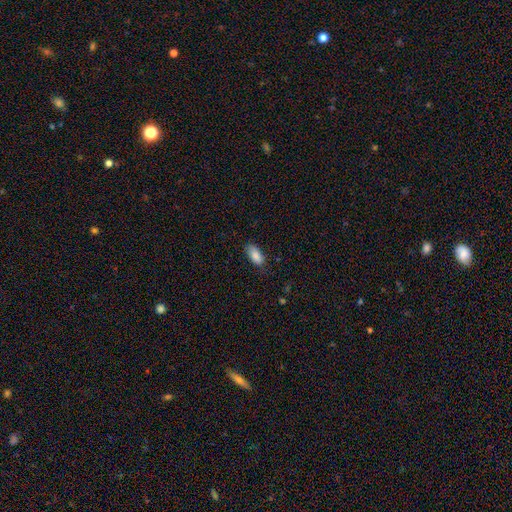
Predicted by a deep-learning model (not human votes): This appears to be a smooth galaxy with no disk features (87%) that is in between round and cigar-shaped (92%). Merging: none (76%).